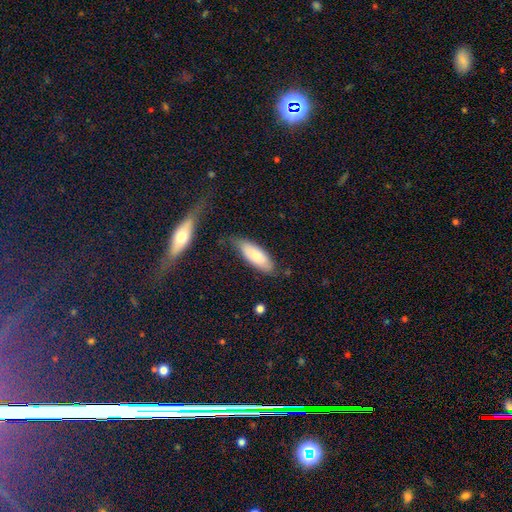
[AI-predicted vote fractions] This appears to be a smooth galaxy with no disk features (74%) that is in between round and cigar-shaped (68%). Merging: none (68%).